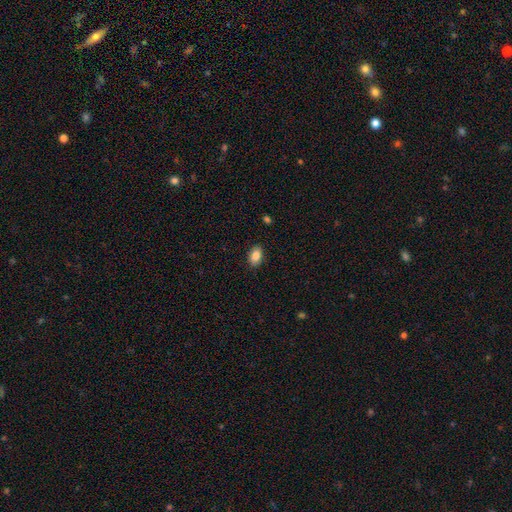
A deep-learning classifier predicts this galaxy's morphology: The model was most divided on "how rounded": in between: 88%, round: 11%, cigar-shaped: 1%. More confident: merging — none (88%); smooth or featured — smooth (86%).